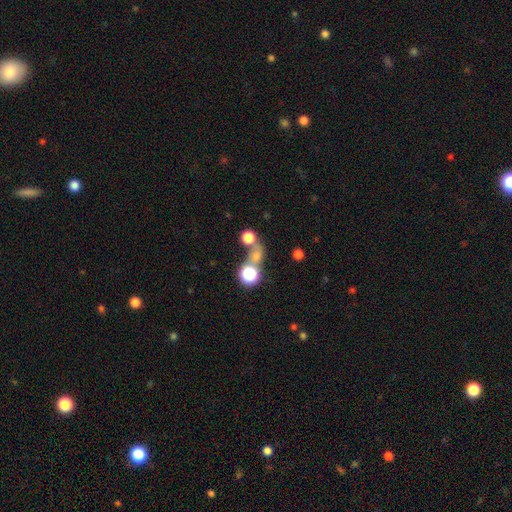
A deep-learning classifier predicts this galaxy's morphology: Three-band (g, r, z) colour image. It shows a smooth galaxy with no disk features (65%) that is round (74%). Merging: none (45%).